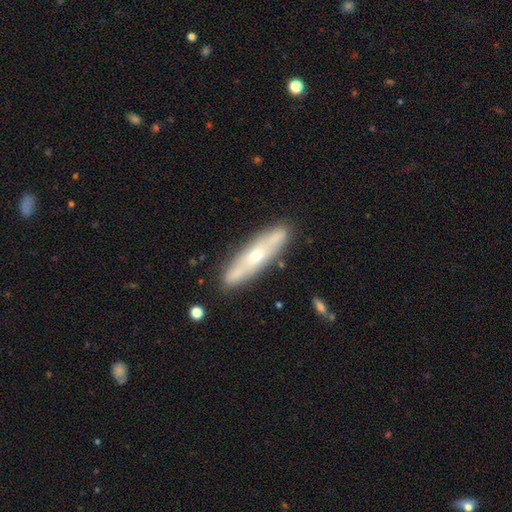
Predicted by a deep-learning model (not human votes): A featured or disk galaxy (56%) viewed edge-on (58%).

Vote fractions:
- Smooth or featured? featured or disk: 56% / smooth: 38% / star or artifact: 6%
- Edge-on disk? yes: 58% / no: 42%
- Merging? none: 83% / minor disturbance: 11% / merger: 3% / major disturbance: 3%